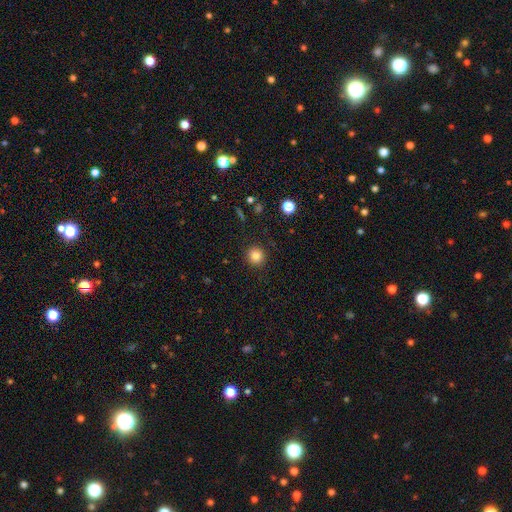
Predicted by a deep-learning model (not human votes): Smooth or featured: smooth — 84% (star or artifact — 11%)
How rounded: round — 93% (in between — 6%)
Merging: none — 91% (minor disturbance — 6%)